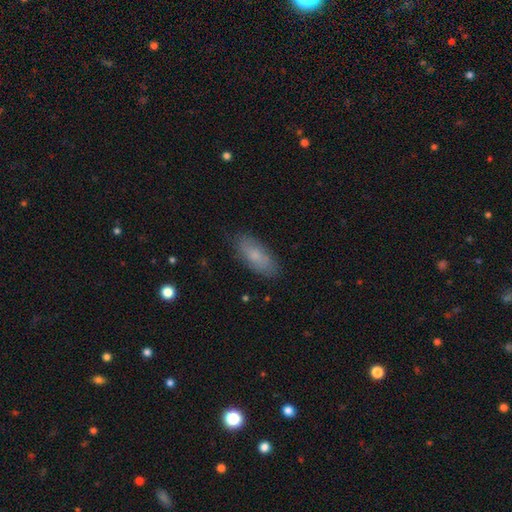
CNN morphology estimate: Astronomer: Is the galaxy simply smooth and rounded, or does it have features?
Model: smooth — 73%.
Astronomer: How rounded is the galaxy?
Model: in between — 78%.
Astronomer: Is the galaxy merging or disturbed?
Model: none — 82%.